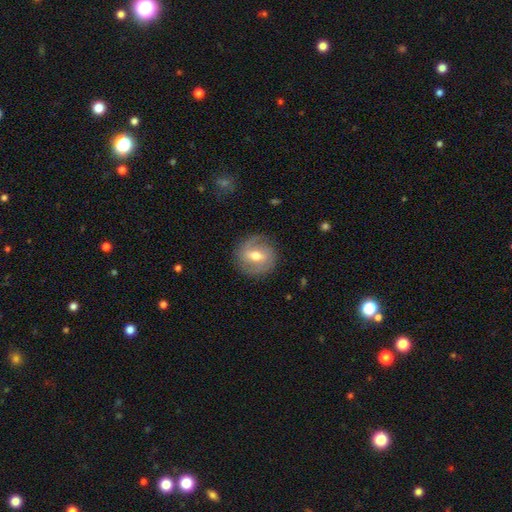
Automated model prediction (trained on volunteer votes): A featured or disk galaxy (63%) with a weak bar (49%), spiral arms (72%) and a moderate central bulge (74%).

Vote fractions:
- Smooth or featured? featured or disk: 63% / smooth: 30% / star or artifact: 7%
- Edge-on disk? no: 94% / yes: 6%
- Bar? weak: 49% / strong: 33% / no: 18%
- Spiral arms? yes: 72% / no: 28%
- Bulge size? moderate: 74% / small: 17% / large: 6% / none: 1% / dominant: 1%
- Merging? none: 82% / minor disturbance: 12% / major disturbance: 5% / merger: 1%